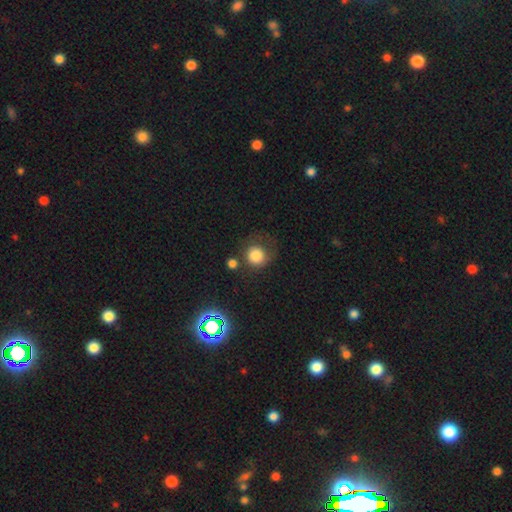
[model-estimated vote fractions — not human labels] smooth 79%, star or artifact 12%, featured or disk 9%. Down the decision tree: how rounded — round (90%); merging — none (58%).